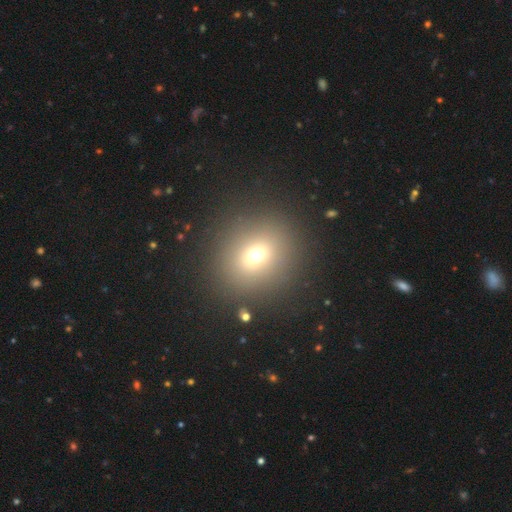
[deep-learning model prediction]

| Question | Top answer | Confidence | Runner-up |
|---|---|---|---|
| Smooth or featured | smooth | 68% | star or artifact (20%) |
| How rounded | round | 81% | in between (18%) |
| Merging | none | 87% | minor disturbance (7%) |